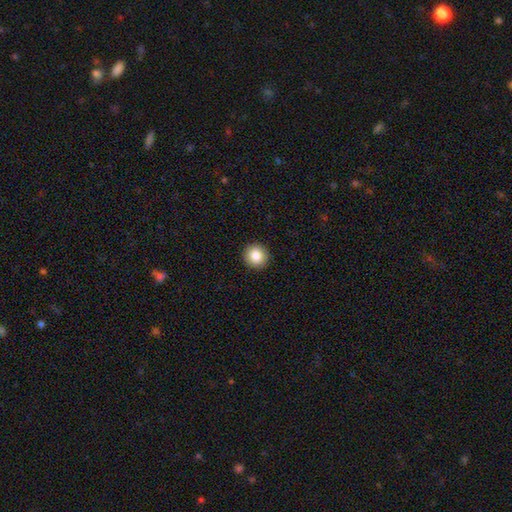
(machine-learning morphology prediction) Smooth or featured?
  - smooth: 85% *
  - star or artifact: 9%
  - featured or disk: 6%
How rounded?
  - round: 94% *
  - in between: 5%
  - cigar-shaped: 1%
Merging?
  - none: 93% *
  - minor disturbance: 5%
  - major disturbance: 2%
  - merger: 1%